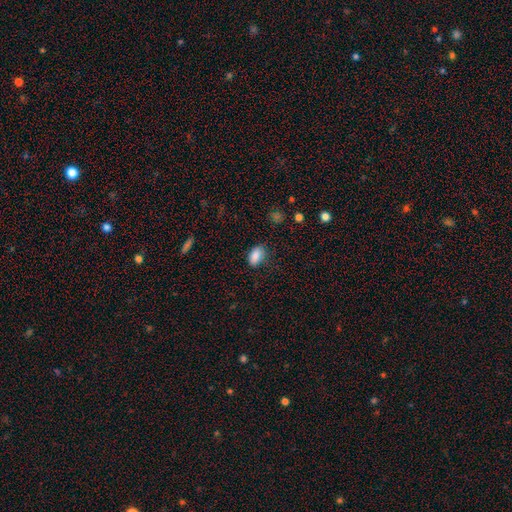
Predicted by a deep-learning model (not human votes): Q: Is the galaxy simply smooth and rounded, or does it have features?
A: smooth — 86%.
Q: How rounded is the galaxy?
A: in between — 90%.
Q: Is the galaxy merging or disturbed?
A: none — 68%.